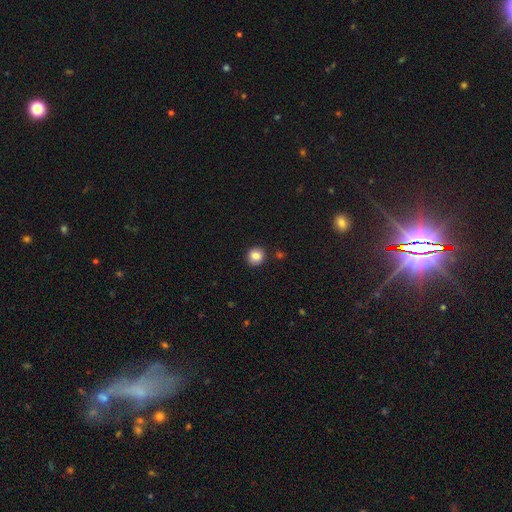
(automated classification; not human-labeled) A smooth galaxy with no disk features (85%) that is round (88%).

Vote fractions:
- Smooth or featured? smooth: 85% / star or artifact: 10% / featured or disk: 5%
- How rounded? round: 88% / in between: 12% / cigar-shaped: 1%
- Merging? none: 90% / minor disturbance: 6% / merger: 2% / major disturbance: 2%